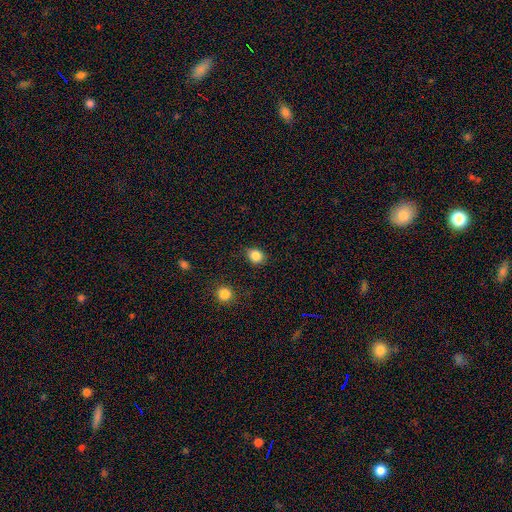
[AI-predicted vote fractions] smooth-or-featured: smooth: 85% | star or artifact: 11% | featured or disk: 4%
  how-rounded: round: 60% | in between: 39% | cigar-shaped: 1%
  merging: none: 82% | minor disturbance: 13% | major disturbance: 3% | merger: 2%